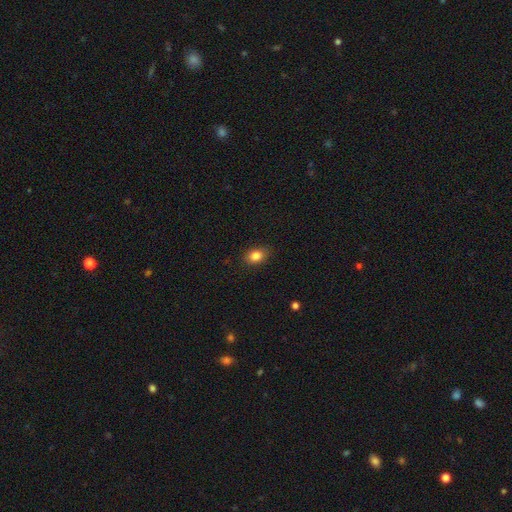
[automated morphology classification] smooth_or_featured: smooth (p=0.84) [alt: star or artifact p=0.09]
how_rounded: in between (p=0.76) [alt: round p=0.23]
merging: none (p=0.84) [alt: minor disturbance p=0.12]